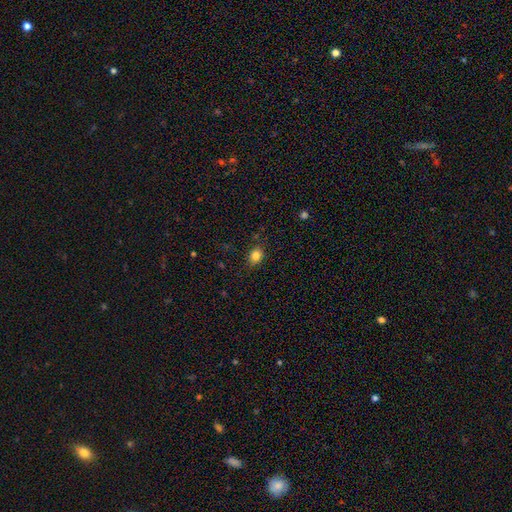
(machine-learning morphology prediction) Smooth or featured? smooth (83%)
How rounded? round (52%)
Merging? none (84%)